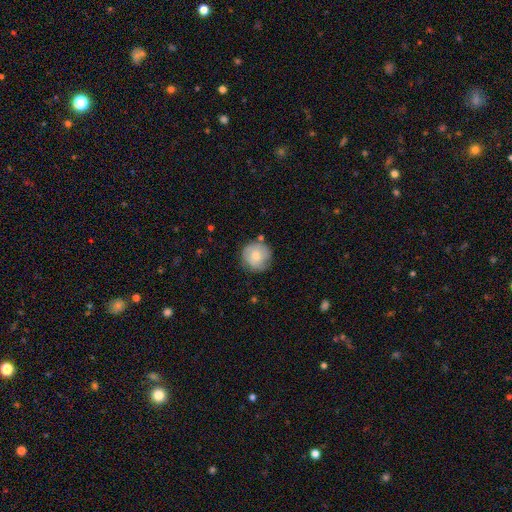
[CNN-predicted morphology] Smooth or featured: smooth — 62% (featured or disk — 30%)
How rounded: round — 94% (in between — 5%)
Merging: none — 76% (minor disturbance — 17%)